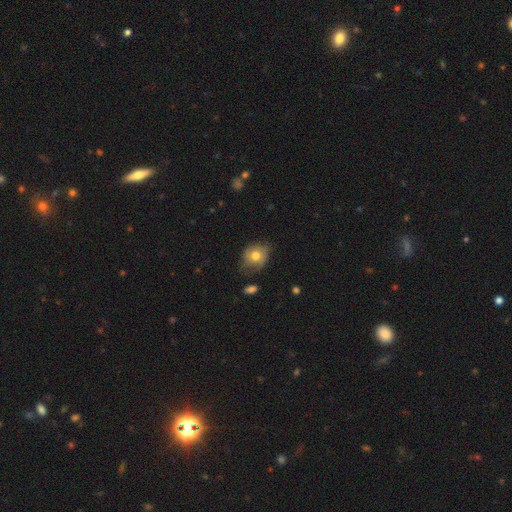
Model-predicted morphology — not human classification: This is likely a smooth galaxy (70%). How rounded: possibly round (53%). Merging: possibly none (57%).